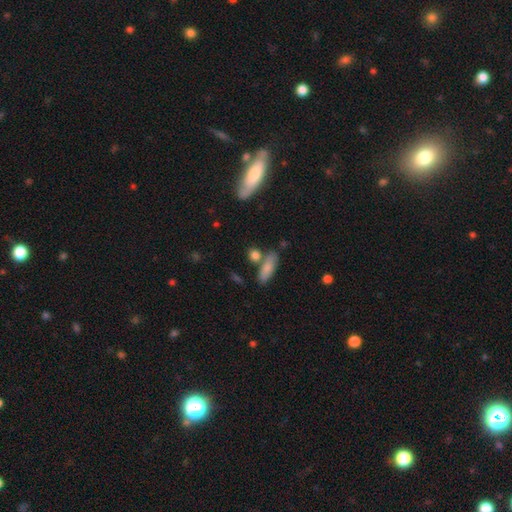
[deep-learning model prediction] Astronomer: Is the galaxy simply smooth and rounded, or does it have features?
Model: smooth — 81%.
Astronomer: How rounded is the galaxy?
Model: in between — 42% (runner-up: round, 36%).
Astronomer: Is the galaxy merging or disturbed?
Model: none — 67%.